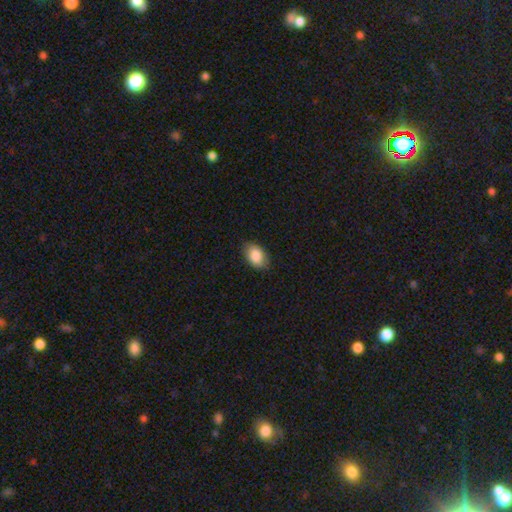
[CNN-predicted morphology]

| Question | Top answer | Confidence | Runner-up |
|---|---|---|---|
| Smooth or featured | smooth | 88% | star or artifact (7%) |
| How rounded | in between | 89% | round (10%) |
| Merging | none | 86% | minor disturbance (11%) |